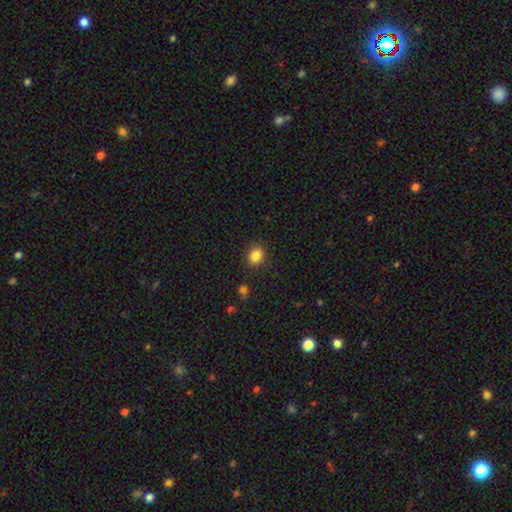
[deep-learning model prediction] Smooth or featured: smooth — 85% (star or artifact — 11%)
How rounded: round — 67% (in between — 32%)
Merging: none — 87% (minor disturbance — 8%)